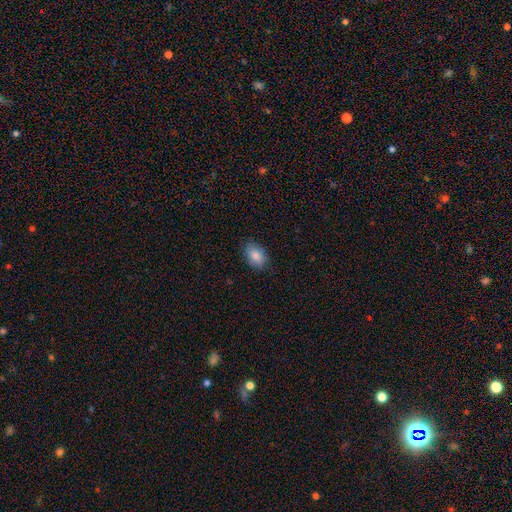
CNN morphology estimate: Smooth or featured? Predicted: smooth (p=0.84). How rounded? Predicted: in between (p=0.87). Merging? Predicted: none (p=0.83).